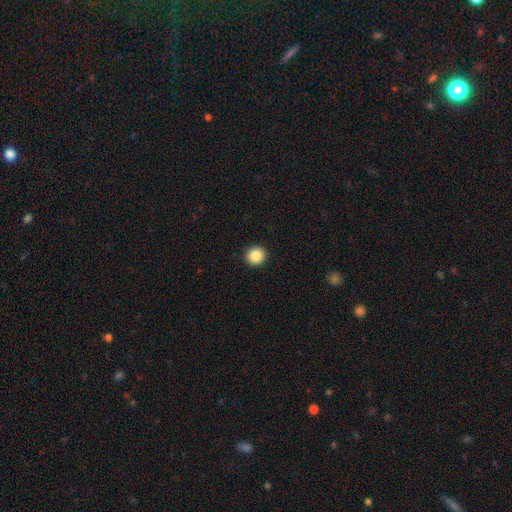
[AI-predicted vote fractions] smooth_or_featured: smooth (p=0.86) [alt: star or artifact p=0.09]
how_rounded: round (p=0.94) [alt: in between p=0.05]
merging: none (p=0.93) [alt: minor disturbance p=0.04]